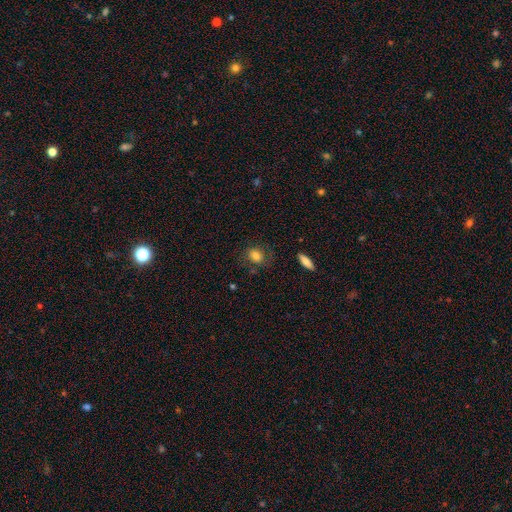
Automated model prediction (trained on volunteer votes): Q: Smooth or featured?
A: smooth (79%); runner-up: featured or disk (11%)
Q: How rounded?
A: round (50%); runner-up: in between (49%)
Q: Merging?
A: none (73%); runner-up: minor disturbance (16%)